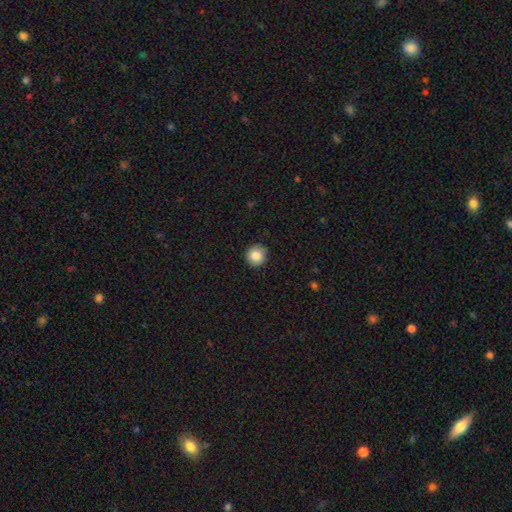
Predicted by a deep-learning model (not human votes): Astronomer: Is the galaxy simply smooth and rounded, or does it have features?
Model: smooth — 85%.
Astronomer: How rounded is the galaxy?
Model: round — 92%.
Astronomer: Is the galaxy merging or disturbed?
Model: none — 88%.